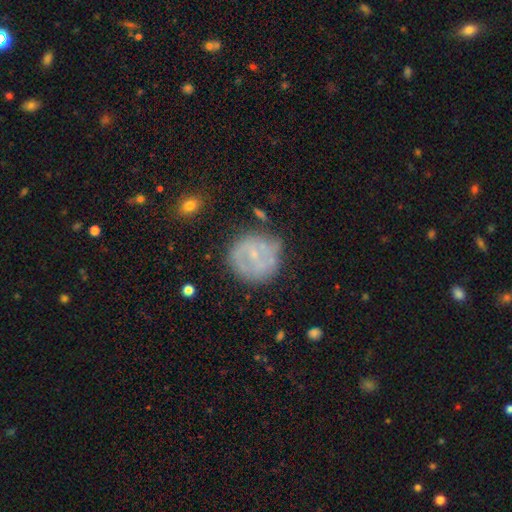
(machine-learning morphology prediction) smooth-or-featured: featured or disk: 53% | smooth: 38% | star or artifact: 9%
  disk-edge-on: no: 97% | yes: 3%
    bar: no: 60% | weak: 33% | strong: 8%
    has-spiral-arms: no: 53% | yes: 47%
    bulge-size: small: 67% | moderate: 17% | none: 14% | large: 1% | dominant: 1%
  merging: none: 66% | minor disturbance: 21% | major disturbance: 10% | merger: 4%